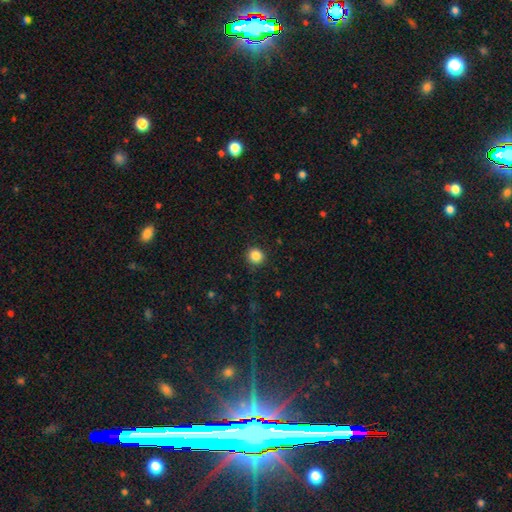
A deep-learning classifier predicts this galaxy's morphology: This appears to be a smooth galaxy with no disk features (86%) that is round (91%). Merging: none (90%).